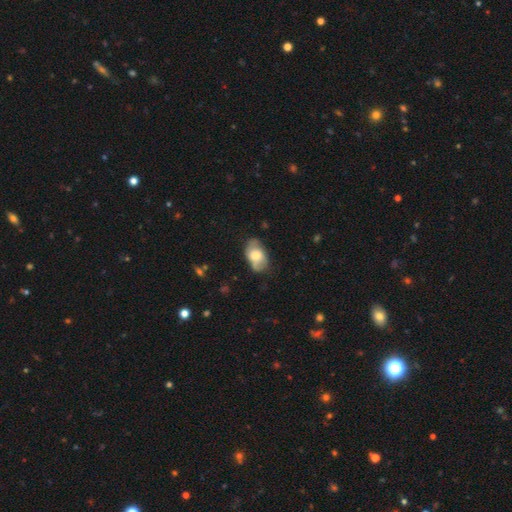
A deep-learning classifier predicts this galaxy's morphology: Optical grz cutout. It shows a smooth galaxy with no disk features (63%) that is in between round and cigar-shaped (89%). Merging: none (55%).